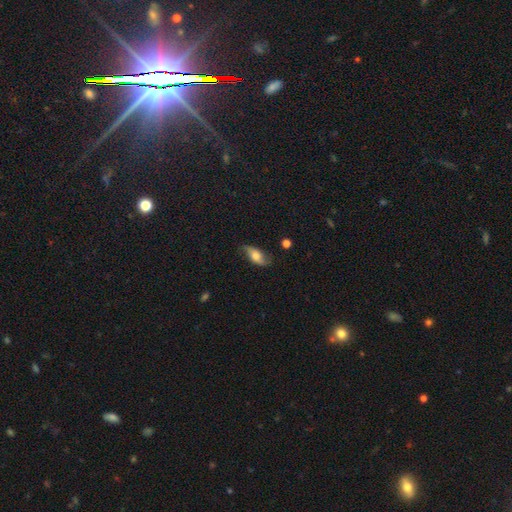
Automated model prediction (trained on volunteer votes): smooth-or-featured: featured or disk: 46% (tied) | smooth: 46% (tied) | star or artifact: 8%
  merging: none: 69% | minor disturbance: 23% | major disturbance: 6% | merger: 2%